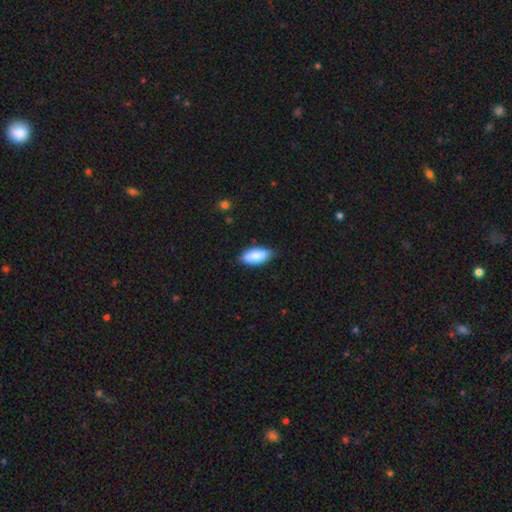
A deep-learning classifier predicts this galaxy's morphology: This appears to be a smooth galaxy with no disk features (83%) that is in between round and cigar-shaped (83%). Merging: none (81%).